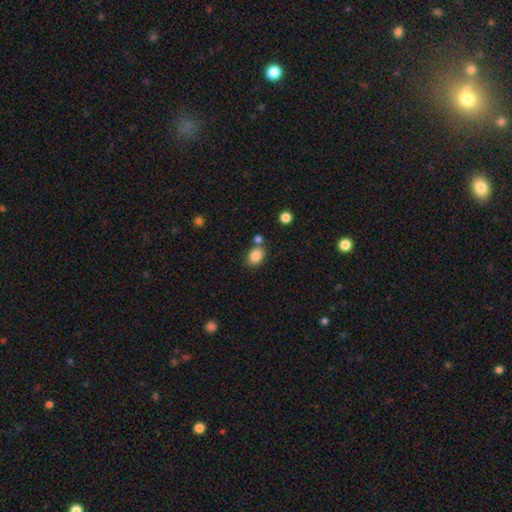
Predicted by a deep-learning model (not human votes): A smooth galaxy with no disk features (85%) that is in between round and cigar-shaped (73%). Merging: none (69%).